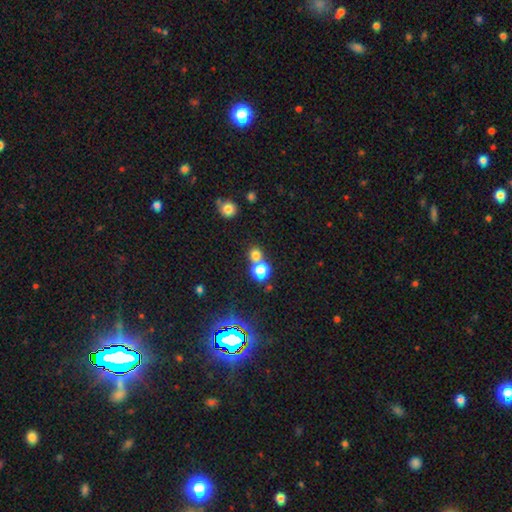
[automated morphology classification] Q: Smooth or featured?
A: smooth (73%); runner-up: star or artifact (20%)
Q: How rounded?
A: round (86%); runner-up: in between (13%)
Q: Merging?
A: none (54%); runner-up: merger (37%)